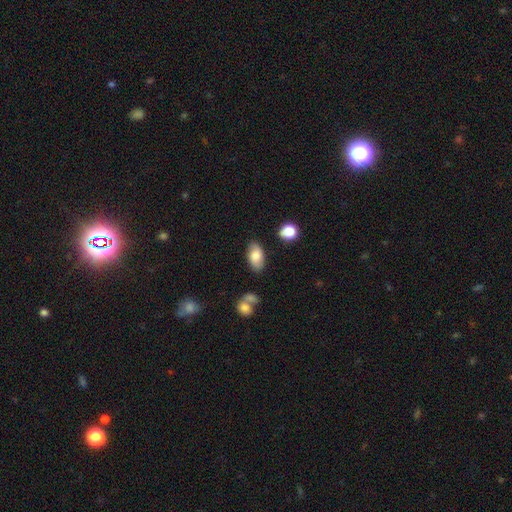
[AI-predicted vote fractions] This appears to be a smooth galaxy with no disk features (76%) that is in between round and cigar-shaped (94%). Merging: none (79%).